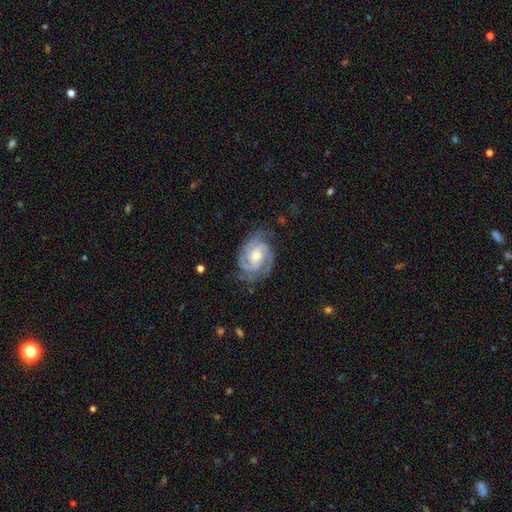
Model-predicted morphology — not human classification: This is clearly a featured or disk galaxy (88%). It is clearly not viewed edge-on (97%). Bar: likely no (63%). Spiral arm pattern: clearly yes (97%). Spiral arm count: marginally 2 (36%). Spiral winding: possibly tight (59%). Central bulge: likely moderate (62%). Merging: likely none (70%).